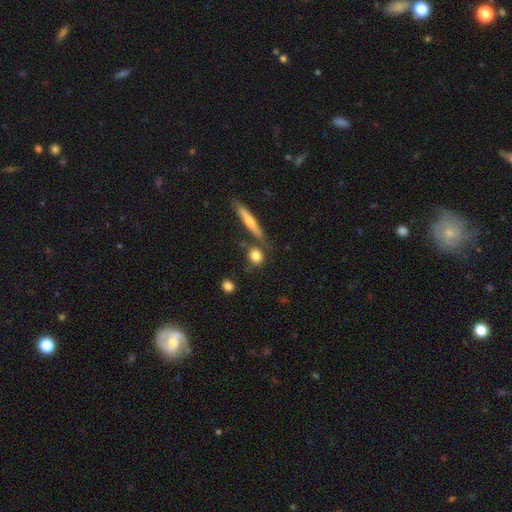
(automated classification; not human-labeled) Smooth or featured?
  - smooth: 80% *
  - featured or disk: 11%
  - star or artifact: 8%
How rounded?
  - round: 70% *
  - in between: 19%
  - cigar-shaped: 11%
Merging?
  - none: 70% *
  - merger: 14%
  - minor disturbance: 12%
  - major disturbance: 4%